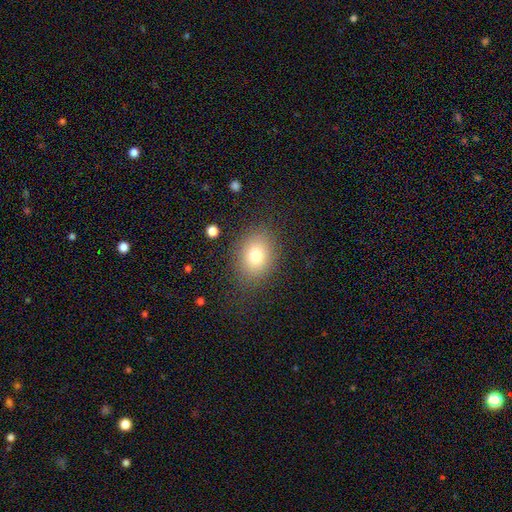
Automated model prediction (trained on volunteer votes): This is likely a smooth galaxy (77%). How rounded: possibly in between (58%). Merging: clearly none (82%).